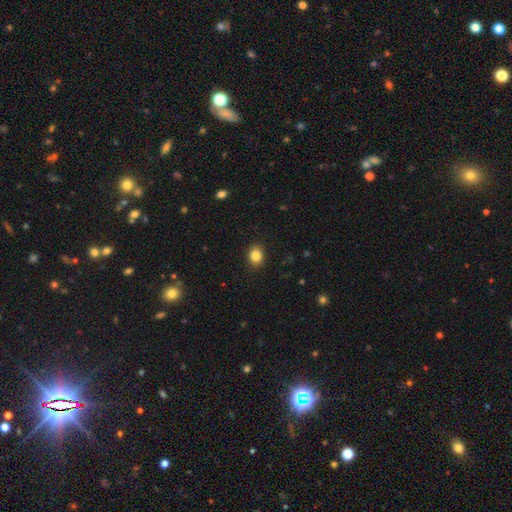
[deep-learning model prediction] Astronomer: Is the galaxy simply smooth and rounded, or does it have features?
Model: smooth — 84%.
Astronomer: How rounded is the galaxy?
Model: in between — 50% (runner-up: round, 49%).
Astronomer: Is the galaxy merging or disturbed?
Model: none — 89%.